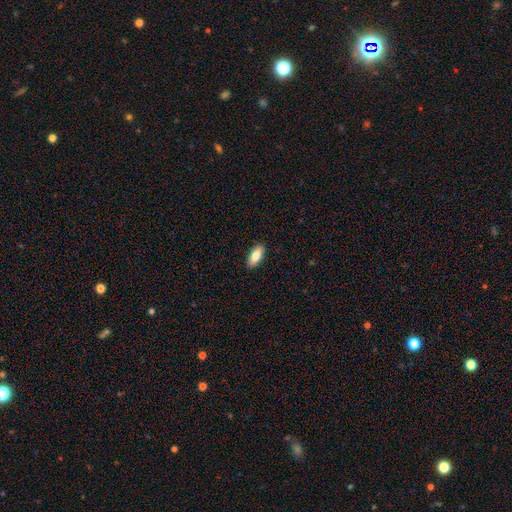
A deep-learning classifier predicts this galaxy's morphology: Smooth or featured: smooth — 83% (featured or disk — 11%)
How rounded: in between — 86% (cigar-shaped — 12%)
Merging: none — 90% (minor disturbance — 8%)